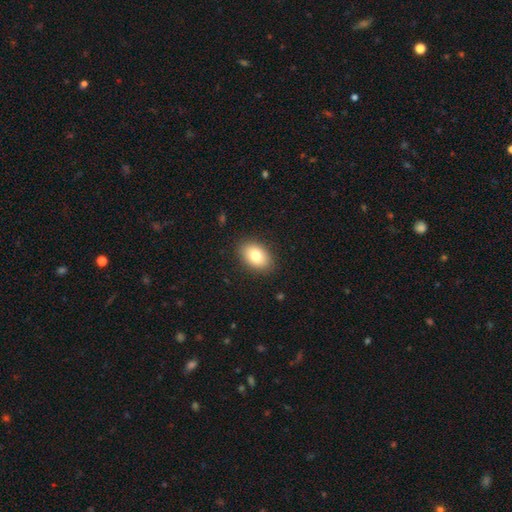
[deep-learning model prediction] smooth 80%, featured or disk 12%, star or artifact 8%. Down the decision tree: how rounded — in between (85%); merging — none (88%).